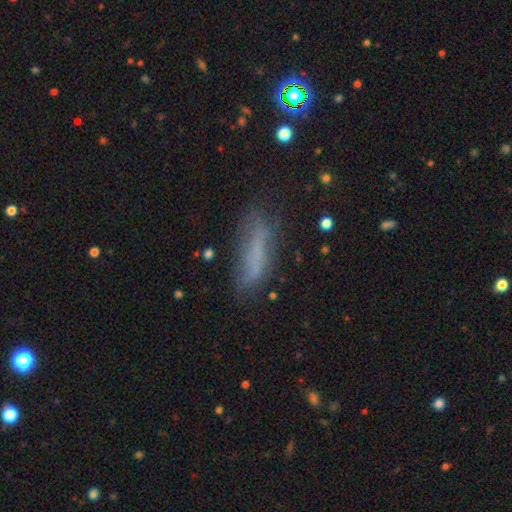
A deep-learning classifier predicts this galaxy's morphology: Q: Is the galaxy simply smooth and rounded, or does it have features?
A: smooth — 63%.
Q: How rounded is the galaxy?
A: cigar-shaped — 70%.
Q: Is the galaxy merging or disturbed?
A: none — 69%.